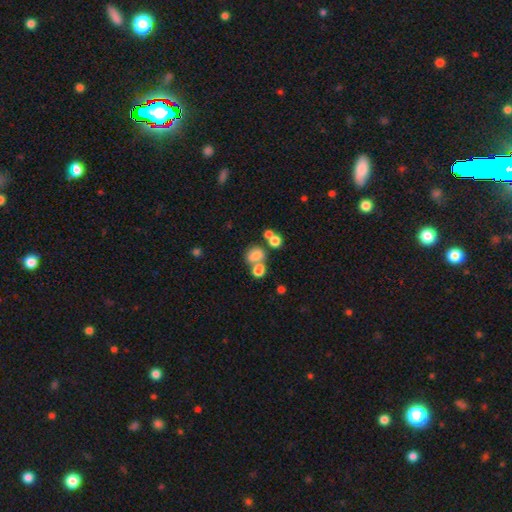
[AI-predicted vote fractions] Smooth or featured? Predicted: smooth (p=0.74). How rounded? Predicted: round (p=0.54). Merging? Predicted: none (p=0.42, tied with merger).